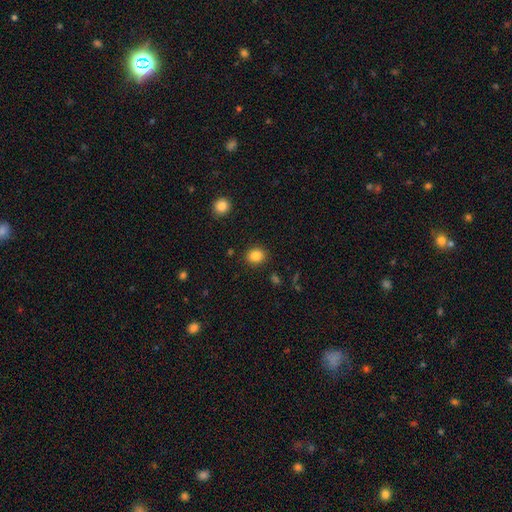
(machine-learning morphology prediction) Q: Smooth or featured?
A: smooth (85%); runner-up: star or artifact (10%)
Q: How rounded?
A: round (65%); runner-up: in between (34%)
Q: Merging?
A: none (88%); runner-up: minor disturbance (8%)